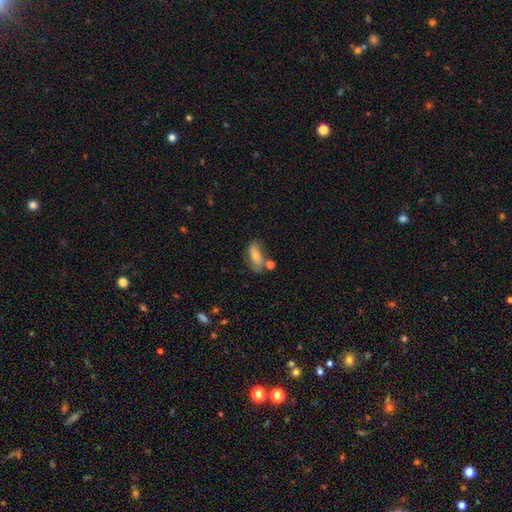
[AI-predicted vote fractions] Smooth or featured? Predicted: smooth (p=0.60). How rounded? Predicted: in between (p=0.70). Merging? Predicted: none (p=0.65).